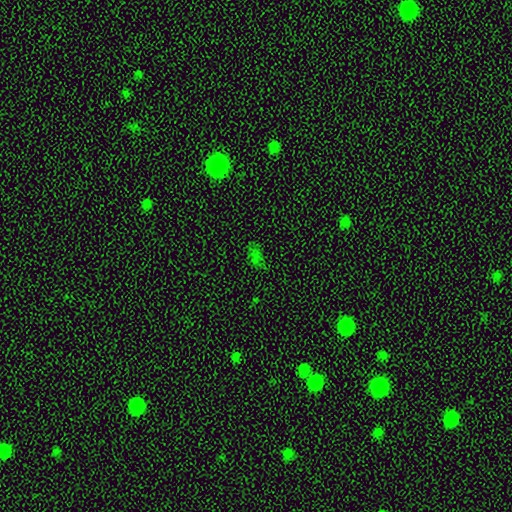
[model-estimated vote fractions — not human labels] smooth 49%, star or artifact 44%, featured or disk 7%. Down the decision tree: merging — none (69%).